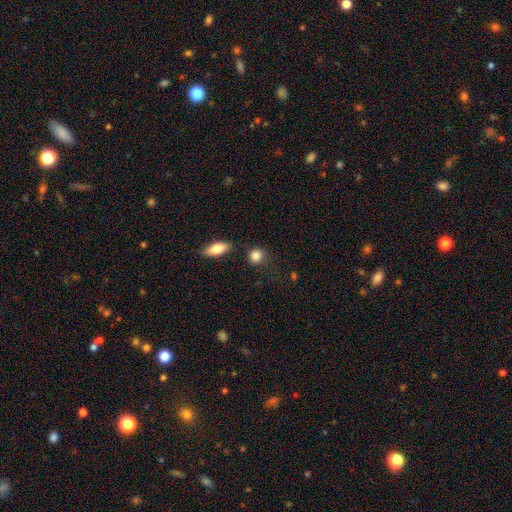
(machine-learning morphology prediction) This is clearly a smooth galaxy (86%). How rounded: likely round (79%). Merging: likely none (77%).